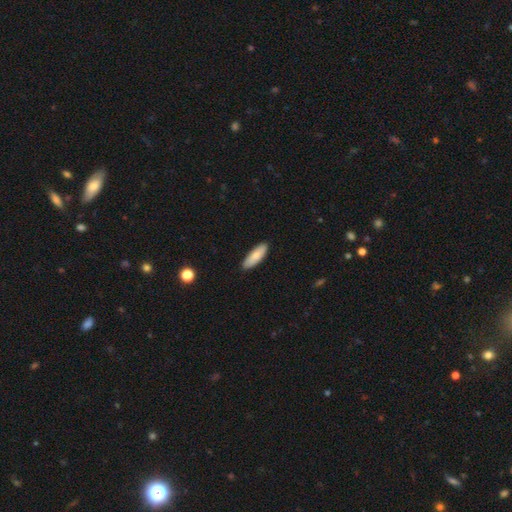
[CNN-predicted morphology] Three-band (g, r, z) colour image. It shows a smooth galaxy with no disk features (81%) that is in between round and cigar-shaped (56%). Merging: none (88%).